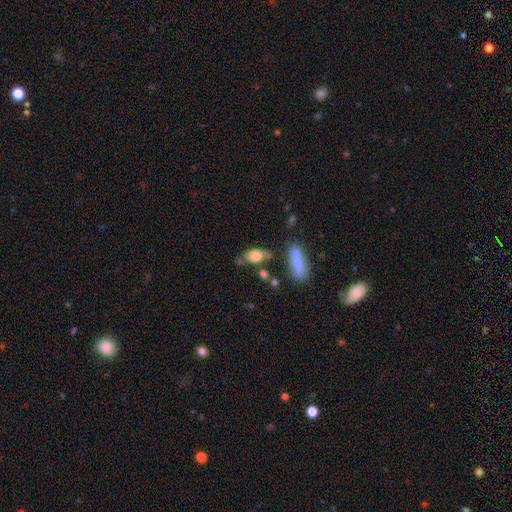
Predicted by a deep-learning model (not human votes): smooth-or-featured: smooth: 70% | featured or disk: 22% | star or artifact: 8%
  how-rounded: in between: 78% | cigar-shaped: 11% | round: 10%
  merging: none: 52% | minor disturbance: 25% | merger: 12% | major disturbance: 11%